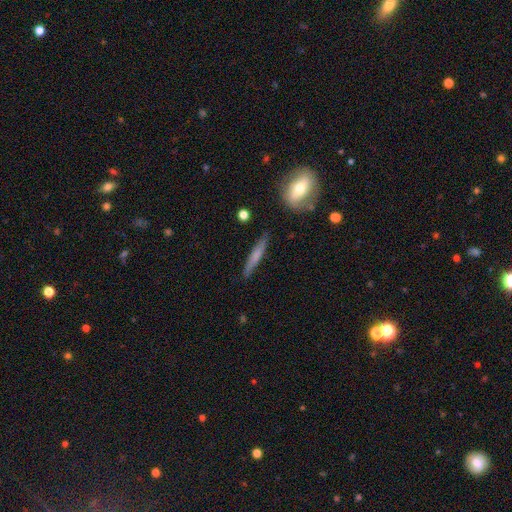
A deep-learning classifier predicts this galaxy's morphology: Smooth or featured: smooth — 60% (featured or disk — 34%)
How rounded: cigar-shaped — 93% (in between — 5%)
Merging: none — 86% (minor disturbance — 10%)